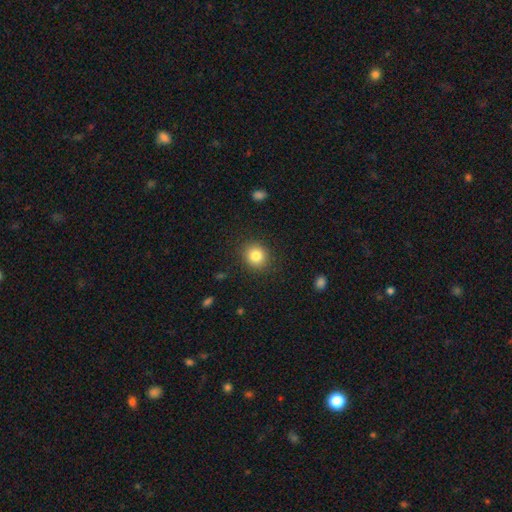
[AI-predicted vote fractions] Smooth or featured: smooth — 83% (star or artifact — 10%)
How rounded: round — 84% (in between — 16%)
Merging: none — 89% (minor disturbance — 8%)